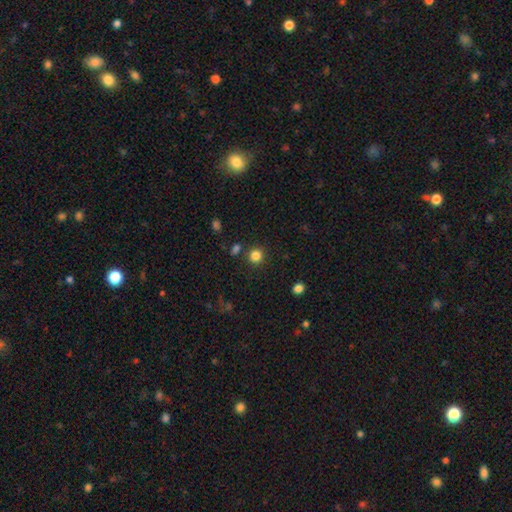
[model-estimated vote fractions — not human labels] A smooth galaxy with no disk features (82%) that is round (92%).

Vote fractions:
- Smooth or featured? smooth: 82% / star or artifact: 13% / featured or disk: 4%
- How rounded? round: 92% / in between: 7% / cigar-shaped: 1%
- Merging? none: 86% / minor disturbance: 7% / merger: 5% / major disturbance: 3%